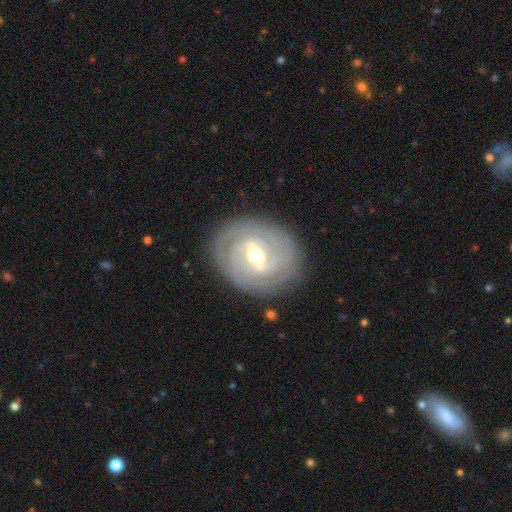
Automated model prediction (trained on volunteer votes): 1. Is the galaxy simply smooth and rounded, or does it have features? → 85% featured or disk, 9% smooth, 5% star or artifact.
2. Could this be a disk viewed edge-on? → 96% no, 4% yes.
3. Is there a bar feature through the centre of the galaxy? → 47% weak, 43% strong, 11% no.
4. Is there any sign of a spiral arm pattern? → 93% yes, 7% no.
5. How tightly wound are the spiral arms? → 74% tight, 21% medium, 5% loose.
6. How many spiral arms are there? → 33% 2, 28% can't tell, 21% 3, 9% 4, 4% more than 4, 4% 1.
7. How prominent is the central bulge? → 65% moderate, 29% small, 4% large, 1% dominant, 1% none.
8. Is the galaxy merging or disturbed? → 83% none, 12% minor disturbance, 4% major disturbance, 1% merger.